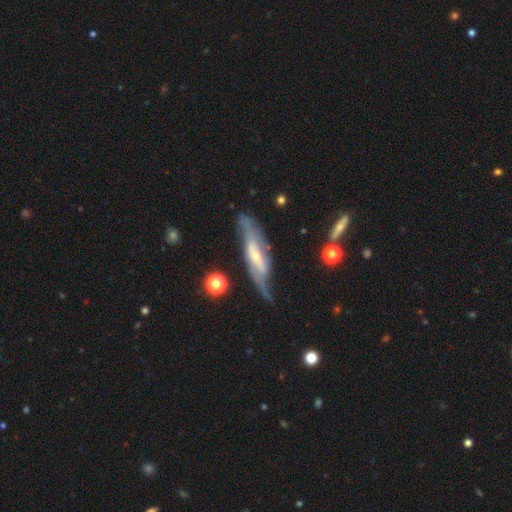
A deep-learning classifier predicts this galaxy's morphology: Smooth or featured?
  - featured or disk: 79% *
  - smooth: 15%
  - star or artifact: 6%
Edge-on disk?
  - no: 59% *
  - yes: 41%
Merging?
  - none: 62% *
  - minor disturbance: 23%
  - major disturbance: 11%
  - merger: 4%